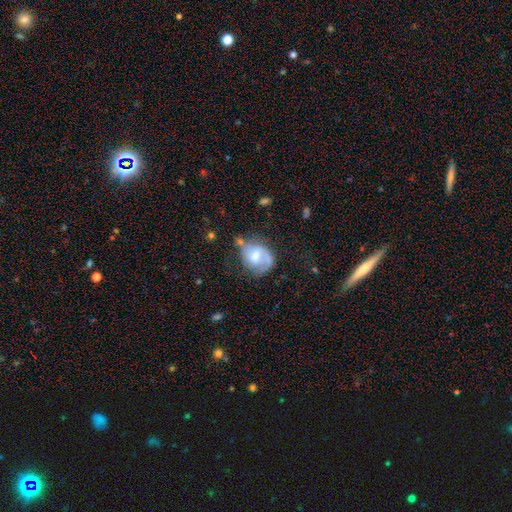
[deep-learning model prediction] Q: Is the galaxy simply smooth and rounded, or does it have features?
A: featured or disk — 60%.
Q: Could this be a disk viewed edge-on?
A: no — 97%.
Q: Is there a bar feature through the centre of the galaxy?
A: no — 48%.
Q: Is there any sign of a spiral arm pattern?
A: yes — 80%.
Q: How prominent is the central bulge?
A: moderate — 64%.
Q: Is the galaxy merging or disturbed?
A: none — 48%.